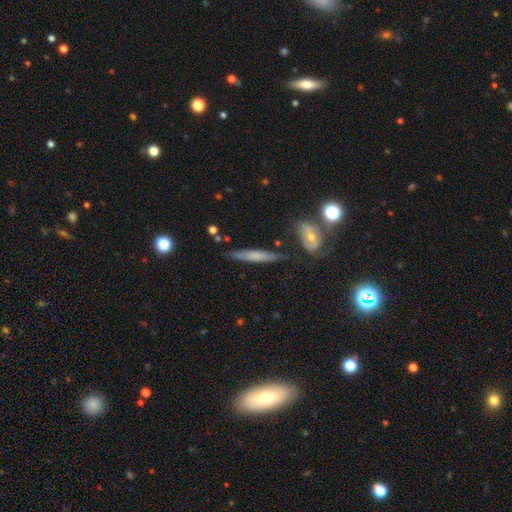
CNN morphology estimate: This appears to be a smooth galaxy with no disk features (53%) that is cigar-shaped (90%). Merging: none (79%).